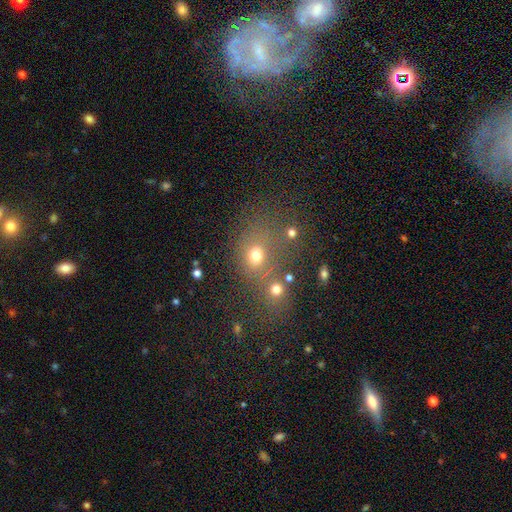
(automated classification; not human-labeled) smooth-or-featured: smooth: 68% | star or artifact: 21% | featured or disk: 11%
  how-rounded: round: 60% | in between: 38% | cigar-shaped: 2%
  merging: none: 51% | merger: 29% | minor disturbance: 12% | major disturbance: 9%